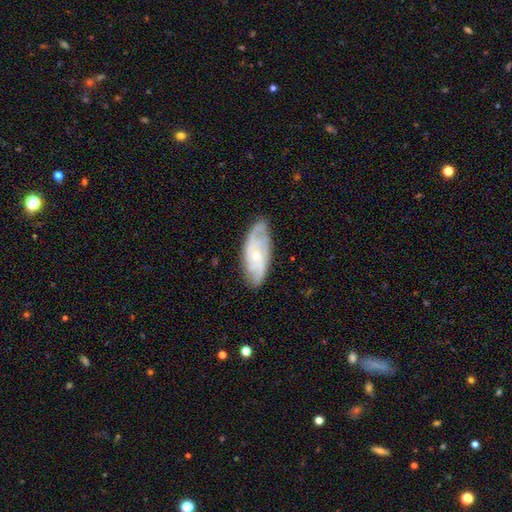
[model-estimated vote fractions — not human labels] This appears to be a featured or disk galaxy (76%) with no bar (71%), 2 (35%) tight (46%) spiral arms (93%) and a small central bulge (71%). Merging: none (77%).